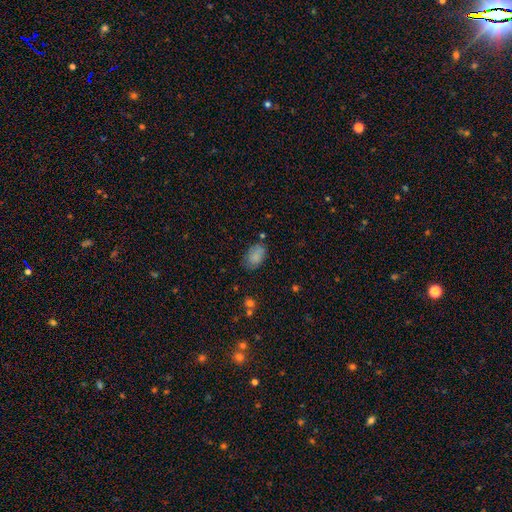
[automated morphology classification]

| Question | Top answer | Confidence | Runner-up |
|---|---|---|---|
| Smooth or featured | smooth | 82% | featured or disk (10%) |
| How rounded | in between | 88% | round (10%) |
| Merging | none | 70% | minor disturbance (22%) |